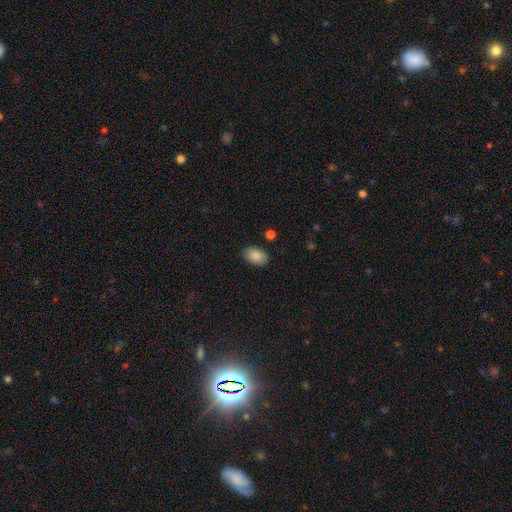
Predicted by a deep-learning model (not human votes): The model was most divided on "merging": none: 86%, minor disturbance: 10%, major disturbance: 2%, merger: 2%. More confident: how rounded — in between (91%); smooth or featured — smooth (87%).